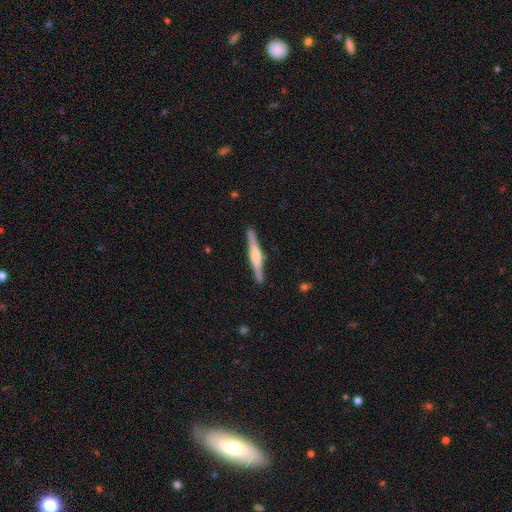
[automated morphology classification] This is likely a featured or disk galaxy (67%). It is clearly viewed edge-on (98%). Edge-on bulge: likely rounded (73%). Merging: clearly none (89%).